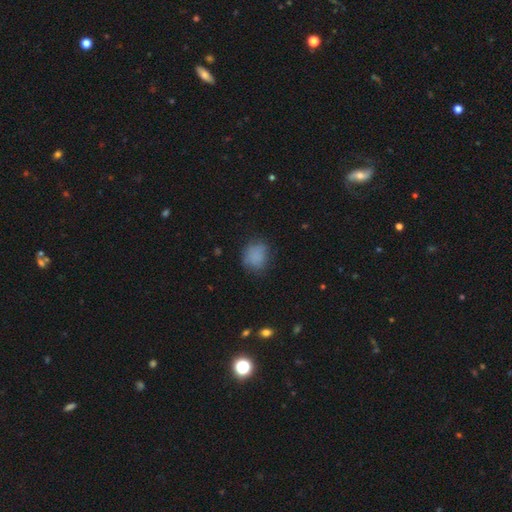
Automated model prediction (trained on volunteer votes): Q: Smooth or featured?
A: smooth (81%); runner-up: star or artifact (11%)
Q: How rounded?
A: round (73%); runner-up: in between (26%)
Q: Merging?
A: none (69%); runner-up: minor disturbance (21%)